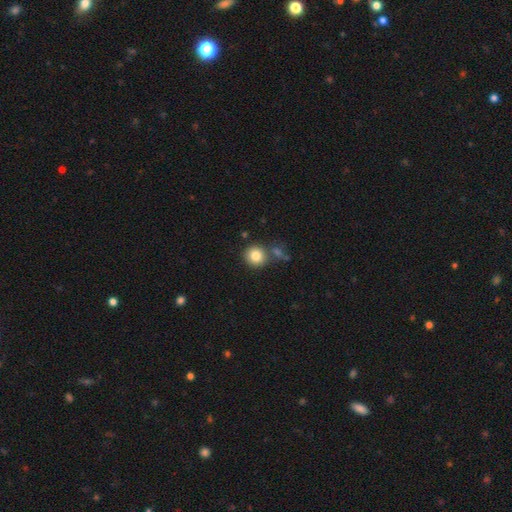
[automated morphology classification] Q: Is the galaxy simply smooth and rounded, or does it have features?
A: smooth — 83%.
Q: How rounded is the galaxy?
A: round — 91%.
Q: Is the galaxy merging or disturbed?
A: none — 75%.